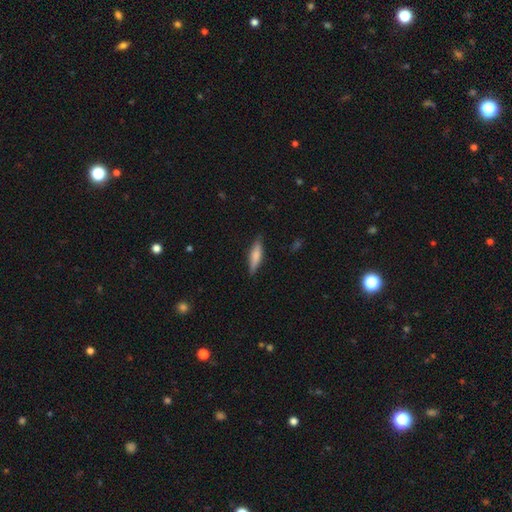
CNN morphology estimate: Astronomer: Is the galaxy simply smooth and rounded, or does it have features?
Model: smooth — 66%.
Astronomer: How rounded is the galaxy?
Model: cigar-shaped — 70%.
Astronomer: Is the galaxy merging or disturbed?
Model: none — 85%.